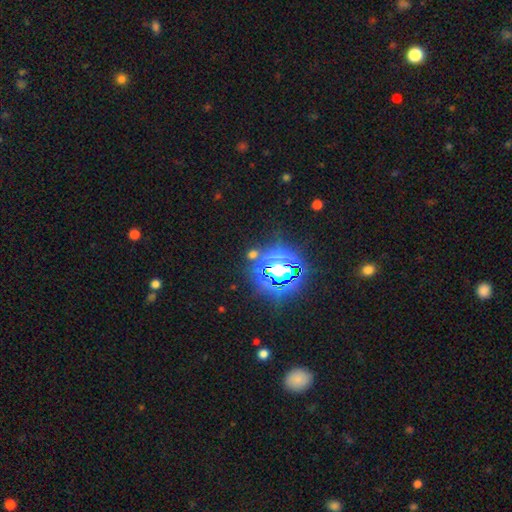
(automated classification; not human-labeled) Smooth or featured? star or artifact (75%)